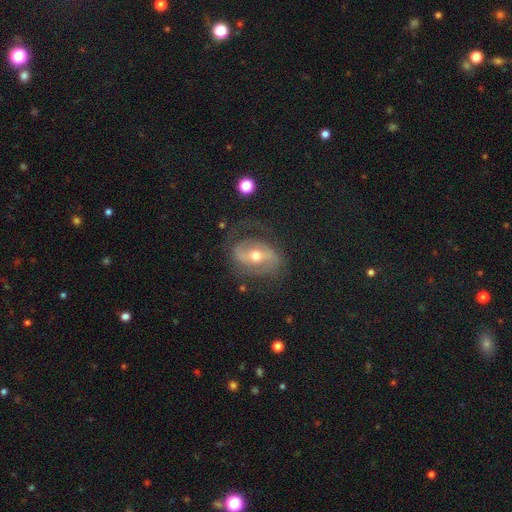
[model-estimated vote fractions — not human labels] featured or disk 79%, smooth 12%, star or artifact 8%. Down the decision tree: edge-on disk — no (95%); bar — strong (43%); spiral arms — yes (85%); spiral arm count — 2 (79%); spiral winding — medium (43%); bulge size — moderate (69%); merging — none (64%).